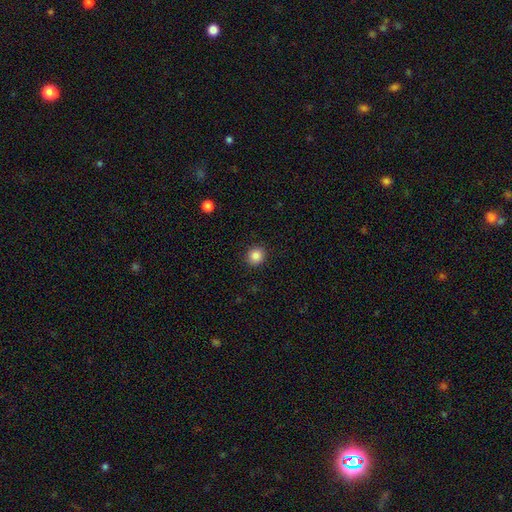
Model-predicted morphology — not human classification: Smooth or featured? smooth (85%)
How rounded? round (87%)
Merging? none (91%)